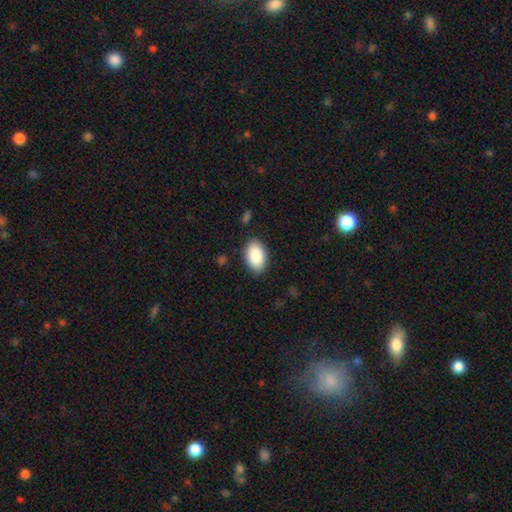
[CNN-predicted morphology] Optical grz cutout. It shows a smooth galaxy with no disk features (89%) that is in between round and cigar-shaped (93%). Merging: none (87%).